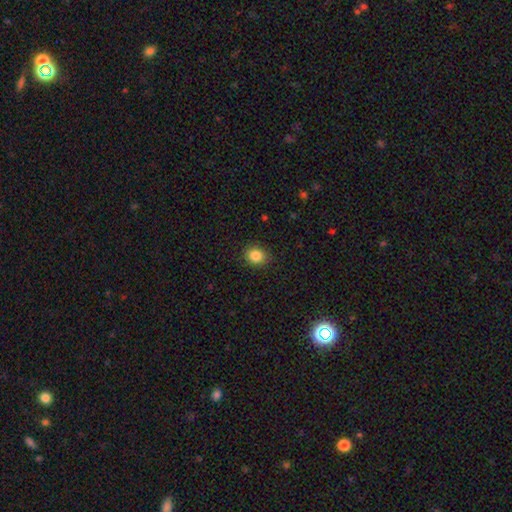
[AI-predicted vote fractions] This appears to be a smooth galaxy with no disk features (86%) that is round (67%). Merging: none (88%).